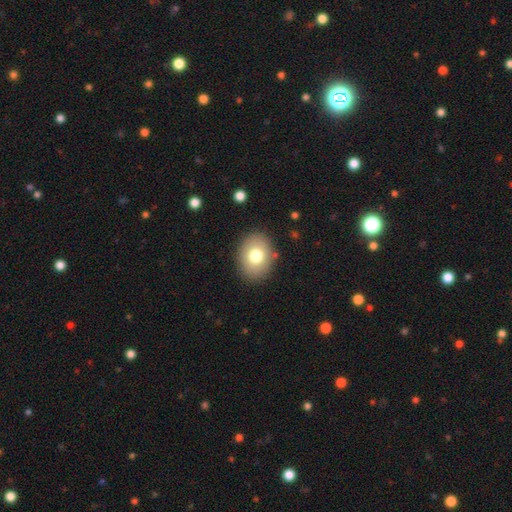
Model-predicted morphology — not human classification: smooth 76%, featured or disk 15%, star or artifact 9%. Down the decision tree: how rounded — in between (57%); merging — none (88%).